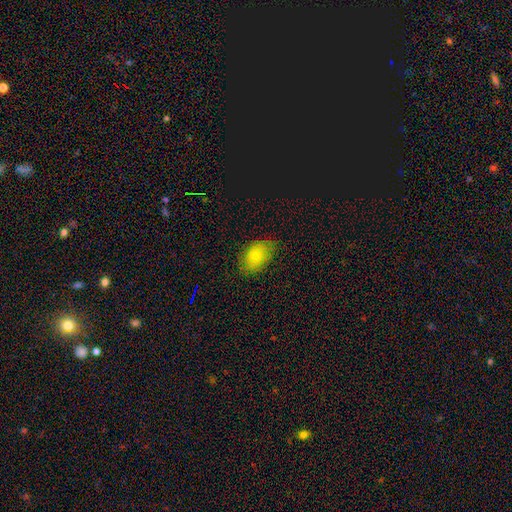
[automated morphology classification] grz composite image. It shows a smooth galaxy with no disk features (73%) that is in between round and cigar-shaped (84%). Merging: none (76%).